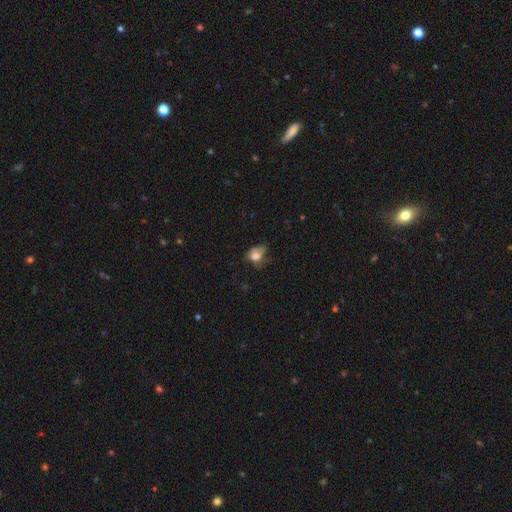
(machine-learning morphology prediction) smooth-or-featured: smooth: 66% | featured or disk: 20% | star or artifact: 13%
  how-rounded: in between: 63% | round: 35% | cigar-shaped: 2%
  merging: none: 33% | minor disturbance: 32% | major disturbance: 32% | merger: 4%